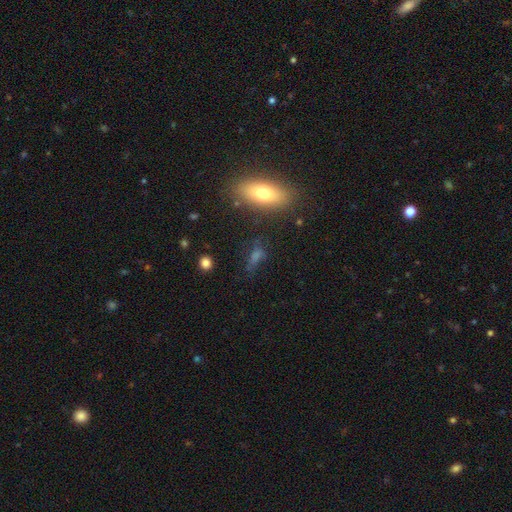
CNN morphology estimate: Smooth or featured? smooth (58%)
How rounded? in between (50%)
Merging? none (70%)